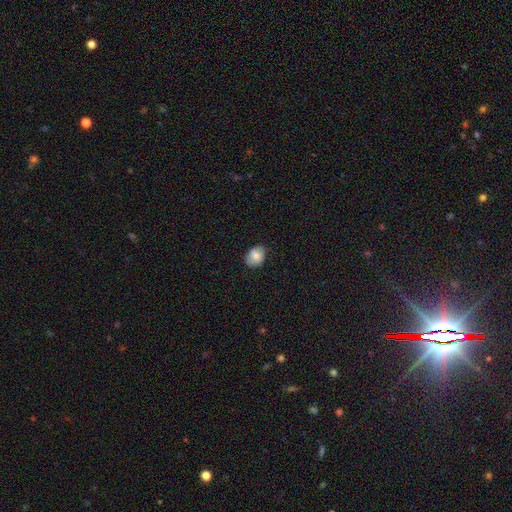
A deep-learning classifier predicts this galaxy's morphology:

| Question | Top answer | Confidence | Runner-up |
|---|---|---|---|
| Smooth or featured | smooth | 77% | featured or disk (15%) |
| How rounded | in between | 62% | round (37%) |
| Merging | none | 78% | minor disturbance (18%) |